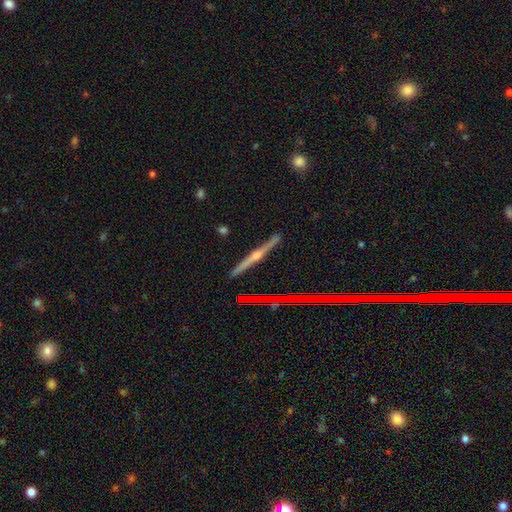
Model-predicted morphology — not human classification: type=featured or disk (80%); edge-on=yes (98%); edge-on bulge=rounded (89%); merging=none (89%).